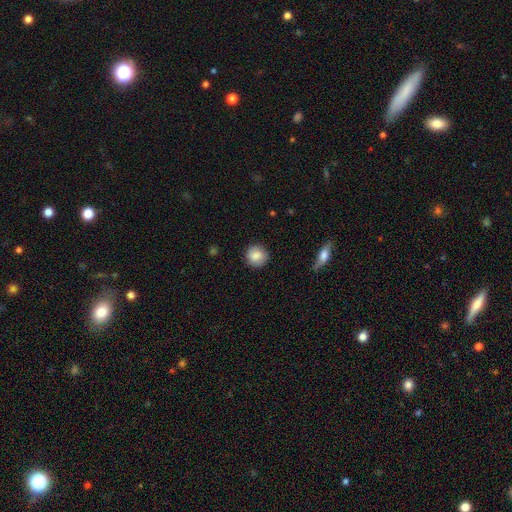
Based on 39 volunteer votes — Smooth or featured? 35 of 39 (90%) said smooth. How rounded? 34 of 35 (97%) said round. Merging? 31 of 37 (84%) said none.